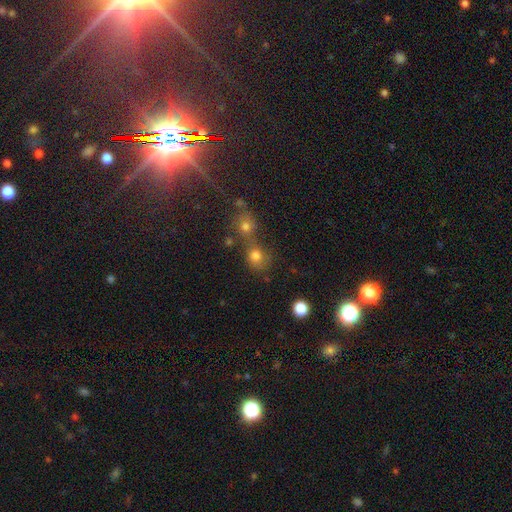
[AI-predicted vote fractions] smooth-or-featured: smooth: 75% | star or artifact: 15% | featured or disk: 10%
  how-rounded: round: 78% | in between: 21% | cigar-shaped: 1%
  merging: merger: 44% | none: 39% | minor disturbance: 10% | major disturbance: 7%